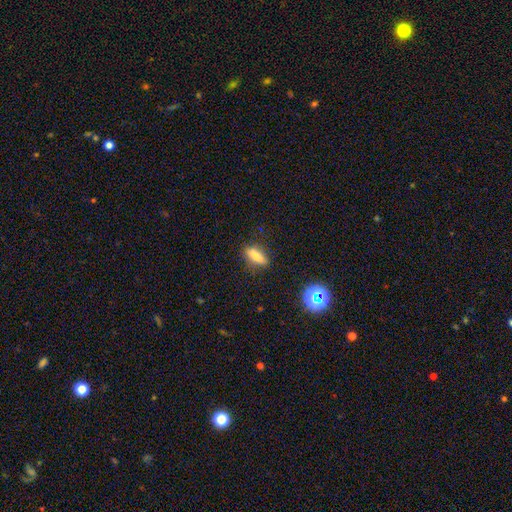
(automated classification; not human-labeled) A smooth galaxy with no disk features (75%) that is in between round and cigar-shaped (62%). Merging: none (82%).